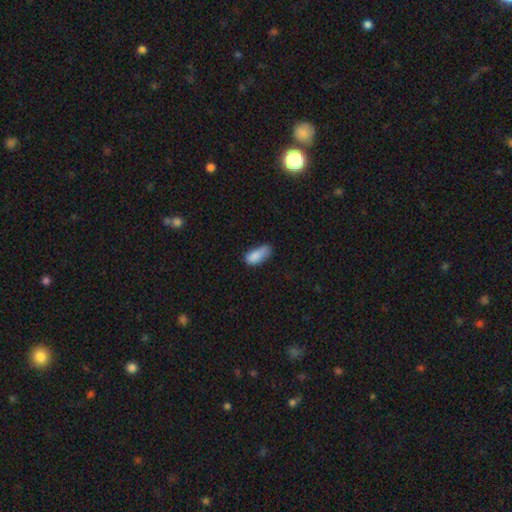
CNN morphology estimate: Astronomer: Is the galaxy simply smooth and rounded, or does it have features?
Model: smooth — 85%.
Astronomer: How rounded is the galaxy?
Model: in between — 85%.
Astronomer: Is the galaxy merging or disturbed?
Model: none — 46% (runner-up: minor disturbance, 40%).